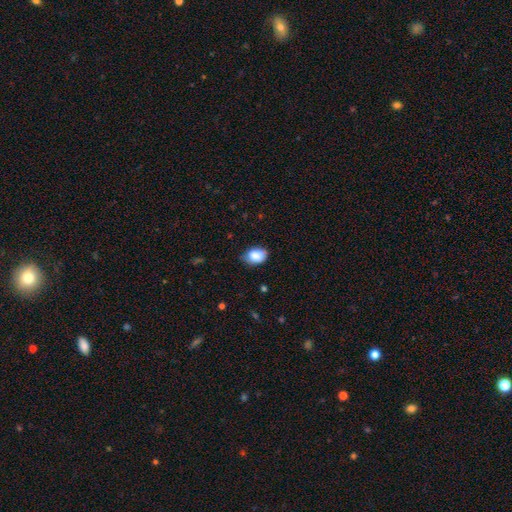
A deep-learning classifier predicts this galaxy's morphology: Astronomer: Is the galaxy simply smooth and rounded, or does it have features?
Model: smooth — 86%.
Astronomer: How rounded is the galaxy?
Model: in between — 79%.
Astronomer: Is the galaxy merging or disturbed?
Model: none — 59% (runner-up: minor disturbance, 34%).